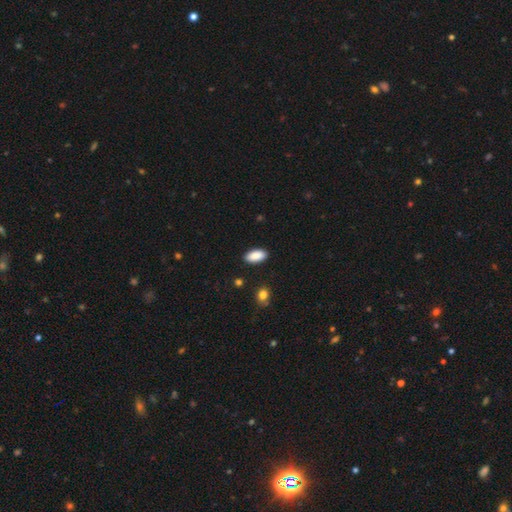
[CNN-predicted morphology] smooth 90%, star or artifact 7%, featured or disk 4%. Down the decision tree: how rounded — in between (92%); merging — none (89%).